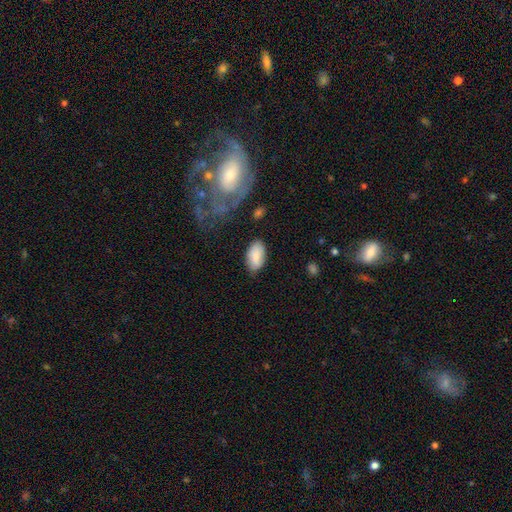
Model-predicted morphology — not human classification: A smooth galaxy with no disk features (84%) that is in between round and cigar-shaped (94%). Merging: none (75%).